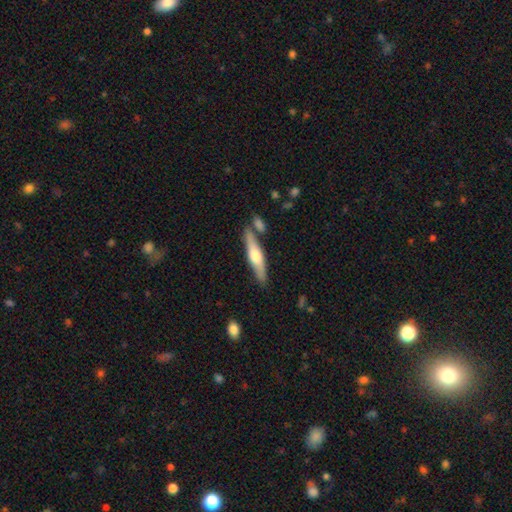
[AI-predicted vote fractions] Overall: featured or disk (52%; smooth 43%). Edge-on disk: yes (92%). Merging: none (78%).